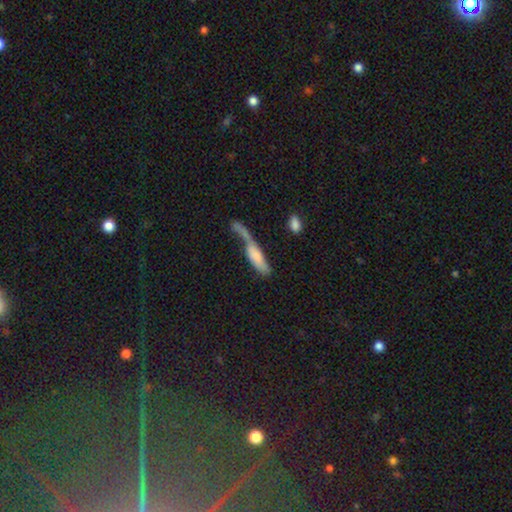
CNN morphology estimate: Smooth or featured? smooth (66%)
How rounded? cigar-shaped (56%)
Merging? merger (34%)